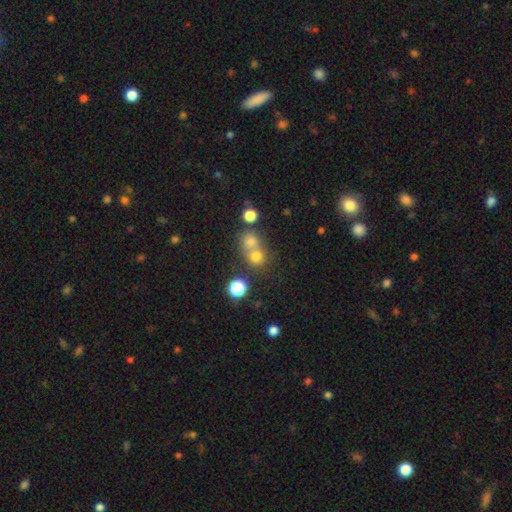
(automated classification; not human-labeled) Smooth or featured: smooth — 72% (star or artifact — 18%)
How rounded: round — 85% (in between — 14%)
Merging: merger — 48% (none — 43%)